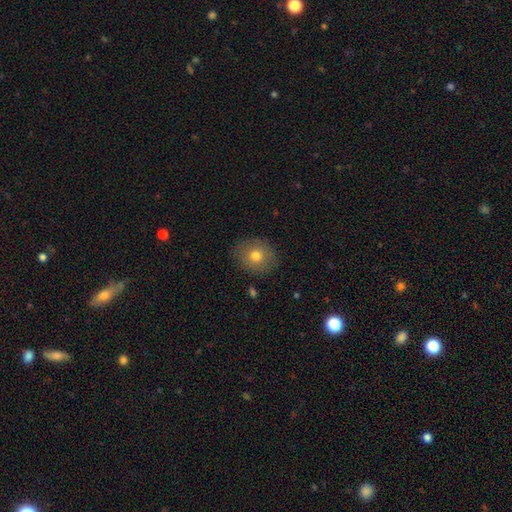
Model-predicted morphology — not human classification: smooth_or_featured: smooth (p=0.75) [alt: featured or disk p=0.15]
how_rounded: round (p=0.71) [alt: in between p=0.28]
merging: none (p=0.87) [alt: minor disturbance p=0.09]